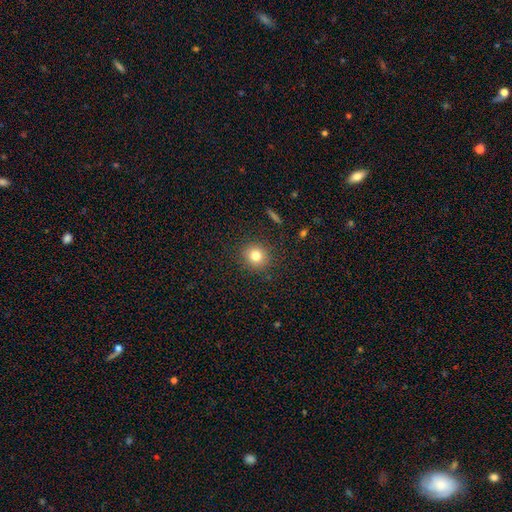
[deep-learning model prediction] smooth-or-featured: smooth: 80% | star or artifact: 12% | featured or disk: 8%
  how-rounded: round: 86% | in between: 13% | cigar-shaped: 1%
  merging: none: 89% | minor disturbance: 7% | major disturbance: 3% | merger: 1%